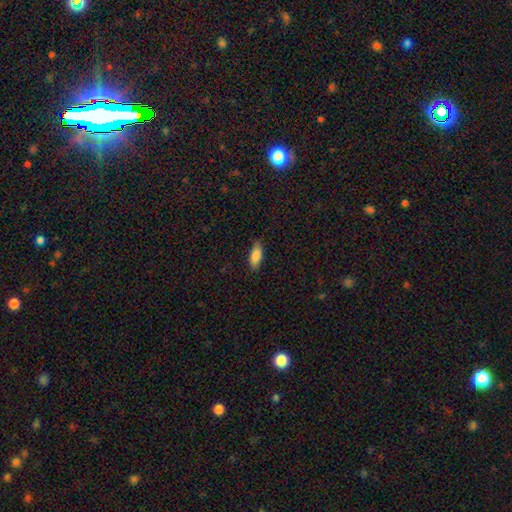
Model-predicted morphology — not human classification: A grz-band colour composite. It shows a smooth galaxy with no disk features (85%) that is in between round and cigar-shaped (75%). Merging: none (81%).